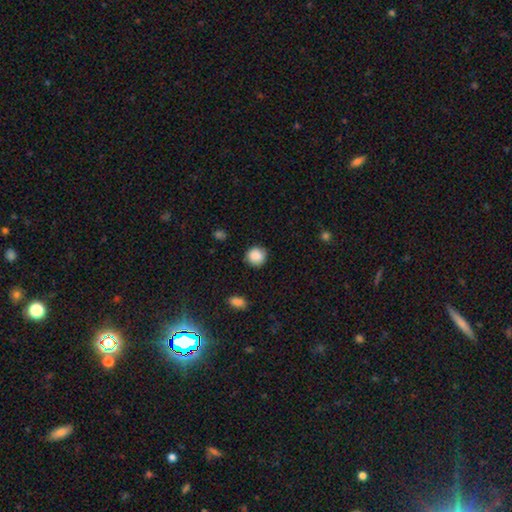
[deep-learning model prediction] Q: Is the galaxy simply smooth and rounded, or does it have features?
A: smooth — 88%.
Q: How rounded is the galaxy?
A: round — 90%.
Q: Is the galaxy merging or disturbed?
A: none — 84%.